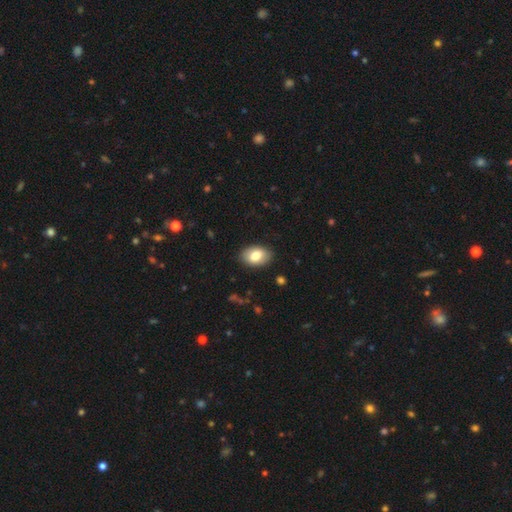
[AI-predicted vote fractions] The model was most divided on "smooth or featured": smooth: 79%, featured or disk: 14%, star or artifact: 7%. More confident: how rounded — in between (88%); merging — none (87%).